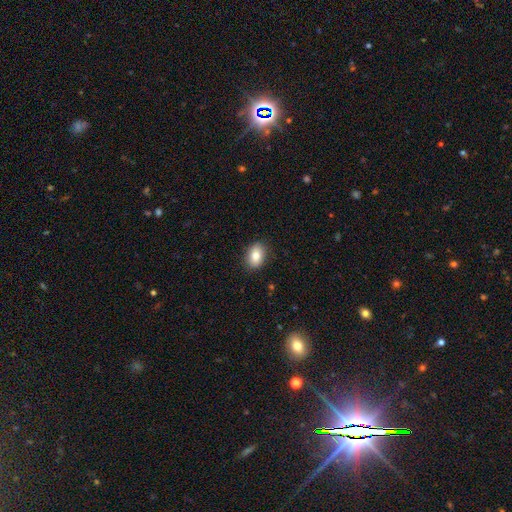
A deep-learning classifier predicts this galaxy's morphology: Q: Smooth or featured?
A: smooth (84%); runner-up: star or artifact (8%)
Q: How rounded?
A: in between (79%); runner-up: round (20%)
Q: Merging?
A: none (86%); runner-up: minor disturbance (10%)